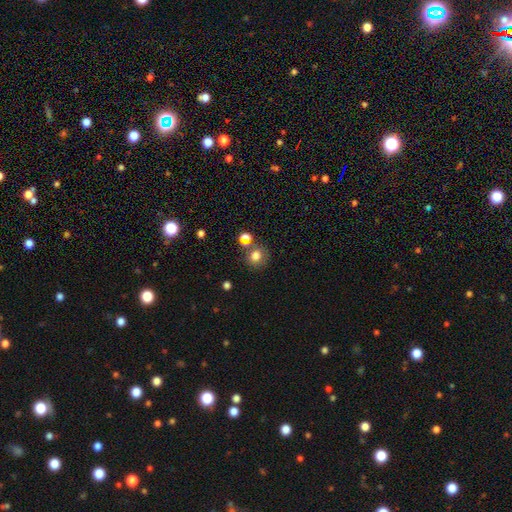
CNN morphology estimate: Q: Smooth or featured?
A: smooth (76%); runner-up: star or artifact (13%)
Q: How rounded?
A: round (81%); runner-up: in between (18%)
Q: Merging?
A: none (64%); runner-up: merger (19%)